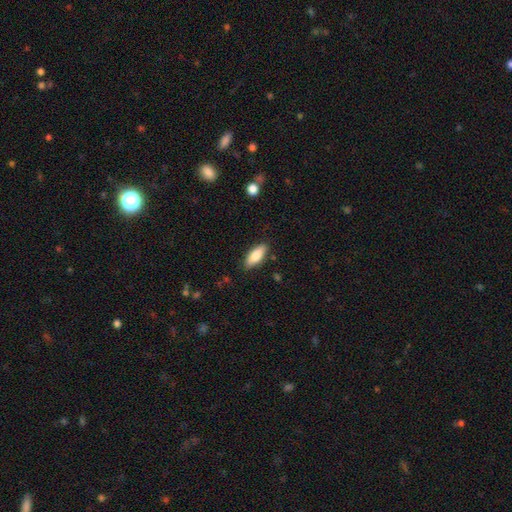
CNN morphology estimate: smooth-or-featured: smooth: 78% | featured or disk: 16% | star or artifact: 6%
  how-rounded: in between: 75% | cigar-shaped: 23% | round: 2%
  merging: none: 86% | minor disturbance: 10% | major disturbance: 2% | merger: 1%